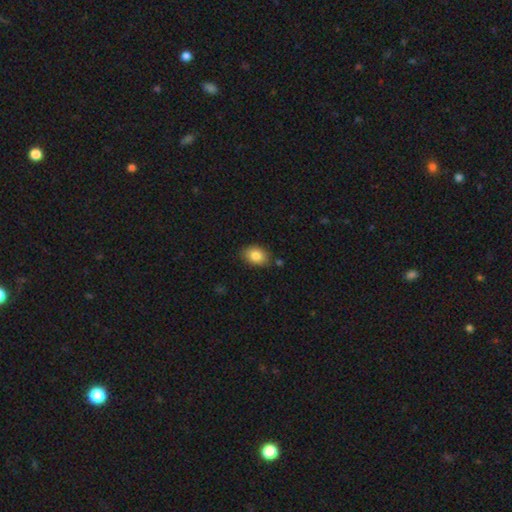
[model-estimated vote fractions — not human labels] A smooth galaxy with no disk features (84%) that is in between round and cigar-shaped (73%).

Vote fractions:
- Smooth or featured? smooth: 84% / star or artifact: 8% / featured or disk: 8%
- How rounded? in between: 73% / round: 26% / cigar-shaped: 1%
- Merging? none: 82% / minor disturbance: 13% / merger: 3% / major disturbance: 3%